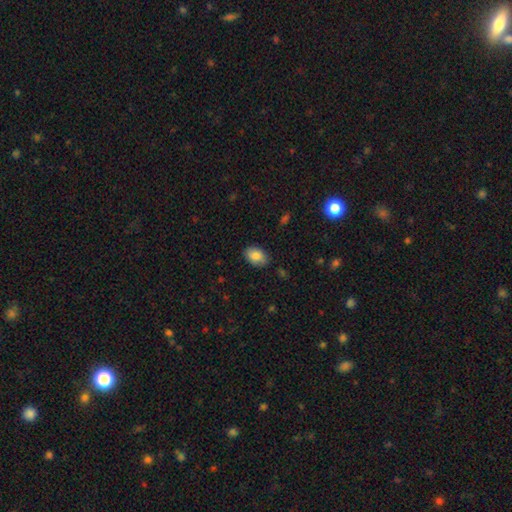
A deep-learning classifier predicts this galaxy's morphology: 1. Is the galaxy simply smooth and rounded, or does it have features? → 85% smooth, 8% featured or disk, 7% star or artifact.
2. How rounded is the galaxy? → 87% in between, 12% round, 1% cigar-shaped.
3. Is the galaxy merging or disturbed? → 83% none, 13% minor disturbance, 2% major disturbance, 1% merger.